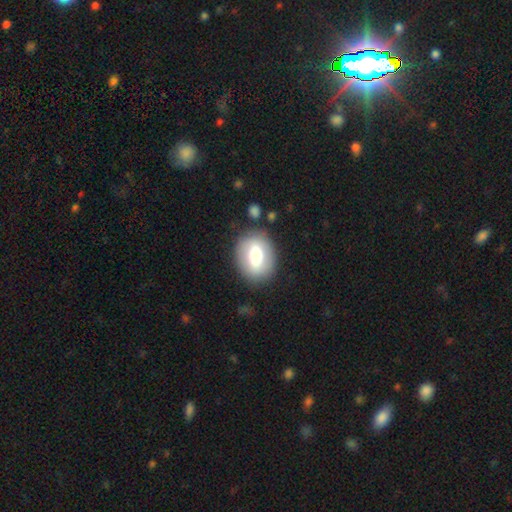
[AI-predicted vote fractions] This appears to be a smooth galaxy with no disk features (64%) that is in between round and cigar-shaped (59%). Merging: none (80%).